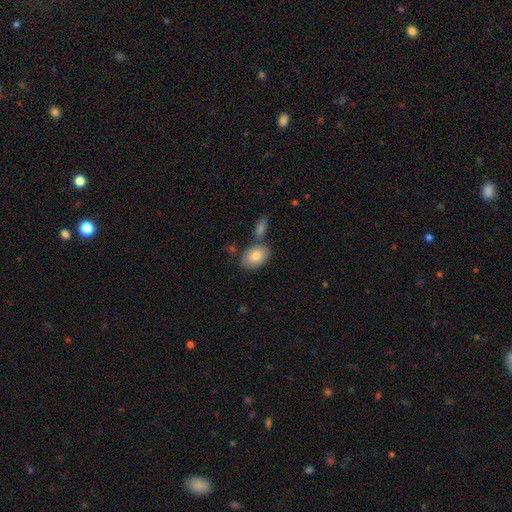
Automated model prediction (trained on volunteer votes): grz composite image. It shows a smooth galaxy with no disk features (81%) that is in between round and cigar-shaped (88%). Merging: none (65%).